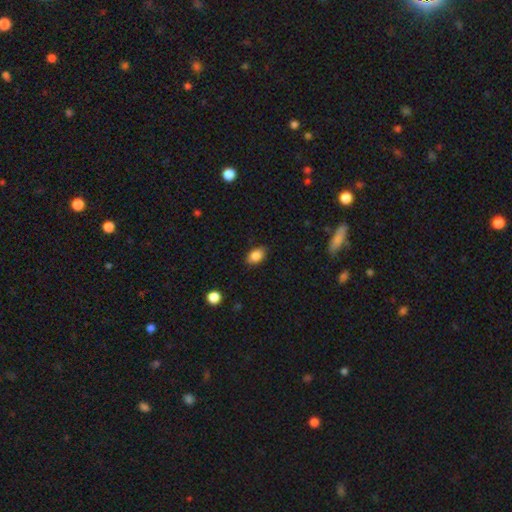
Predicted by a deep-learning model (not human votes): Smooth or featured: smooth — 86% (star or artifact — 8%)
How rounded: in between — 84% (round — 15%)
Merging: none — 84% (minor disturbance — 12%)